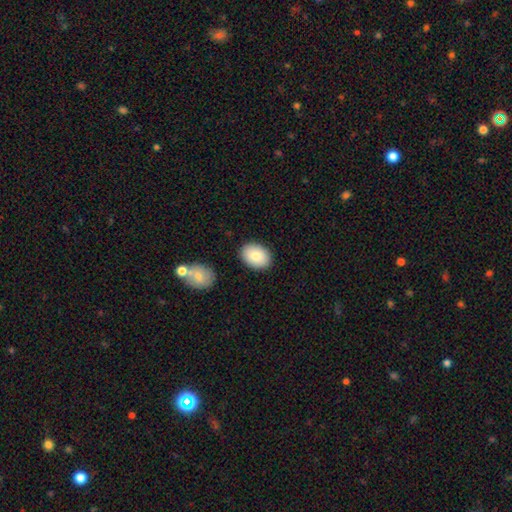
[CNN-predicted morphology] Smooth or featured? smooth (82%)
How rounded? in between (79%)
Merging? none (87%)